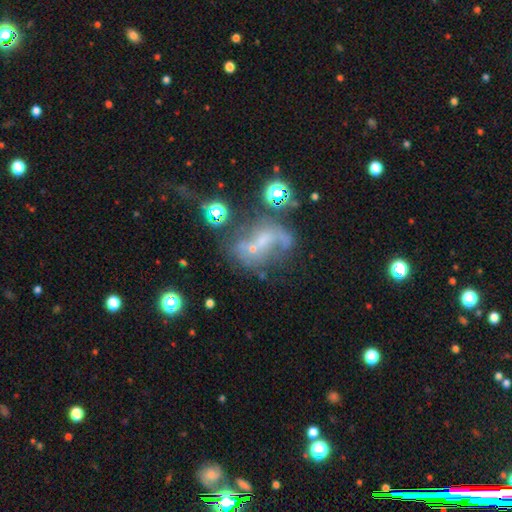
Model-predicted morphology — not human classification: A featured or disk galaxy (57%) with no bar (60%), spiral arms (56%) and a small central bulge (58%).

Vote fractions:
- Smooth or featured? featured or disk: 57% / star or artifact: 22% / smooth: 22%
- Edge-on disk? no: 94% / yes: 6%
- Bar? no: 60% / weak: 28% / strong: 12%
- Spiral arms? yes: 56% / no: 44%
- Bulge size? small: 58% / none: 21% / moderate: 17% / large: 2% / dominant: 2%
- Merging? none: 30% (tied) / major disturbance: 30% (tied) / merger: 22% / minor disturbance: 18%